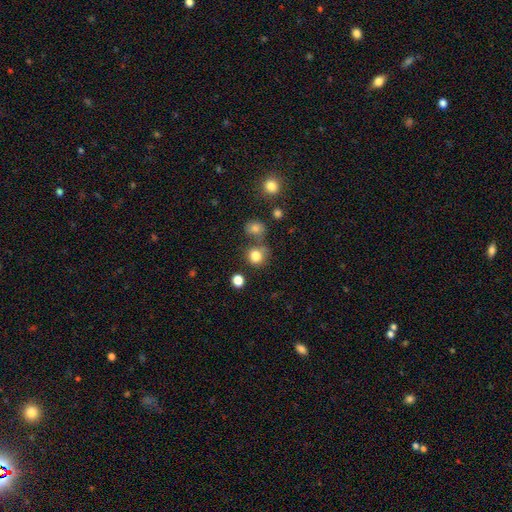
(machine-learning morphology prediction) Overall: smooth (81%). How rounded: round (83%). Merging: none (62%).